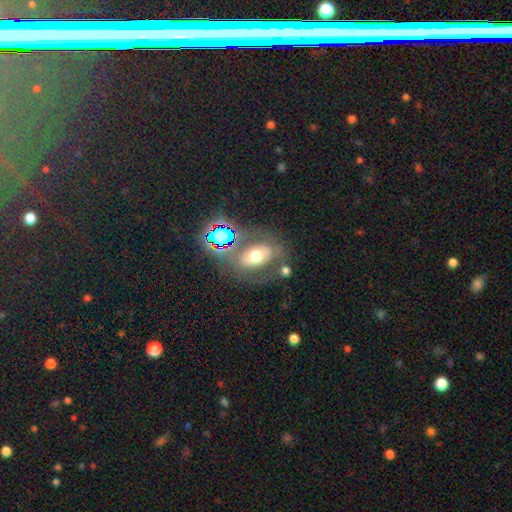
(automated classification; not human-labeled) A smooth galaxy with no disk features (41%).

Vote fractions:
- Smooth or featured? smooth: 41% / featured or disk: 39% / star or artifact: 19%
- Merging? none: 62% / minor disturbance: 16% / major disturbance: 12% / merger: 10%